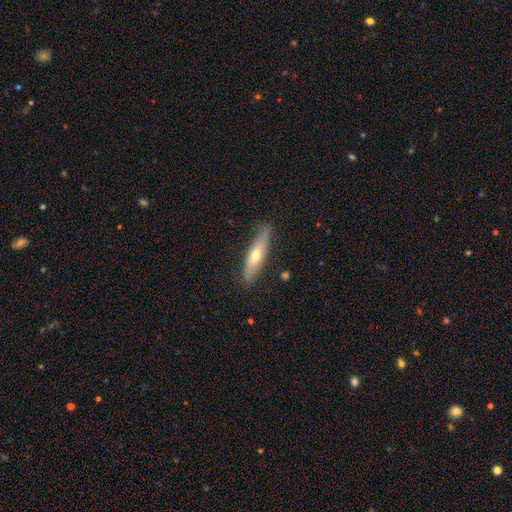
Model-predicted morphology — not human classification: Smooth or featured: smooth — 47% (tied with featured or disk — 47%)
Merging: none — 84% (minor disturbance — 12%)